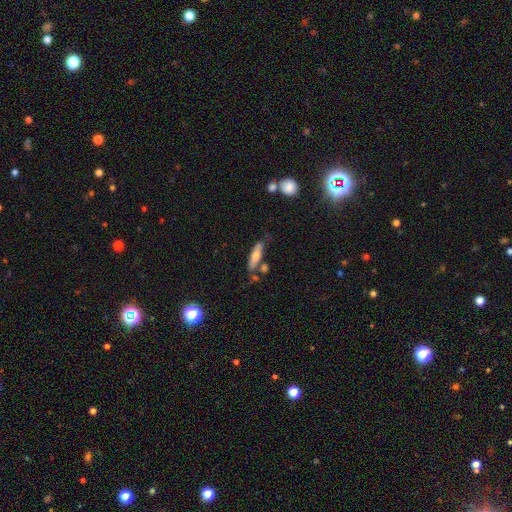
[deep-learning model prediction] Smooth or featured? Predicted: smooth (p=0.57). How rounded? Predicted: cigar-shaped (p=0.68). Merging? Predicted: none (p=0.62).